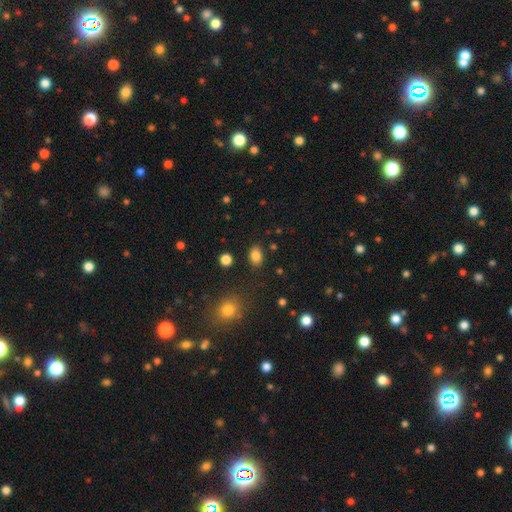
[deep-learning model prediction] smooth-or-featured: smooth: 84% | star or artifact: 11% | featured or disk: 5%
  how-rounded: in between: 80% | round: 19% | cigar-shaped: 1%
  merging: none: 85% | minor disturbance: 9% | major disturbance: 3% | merger: 2%